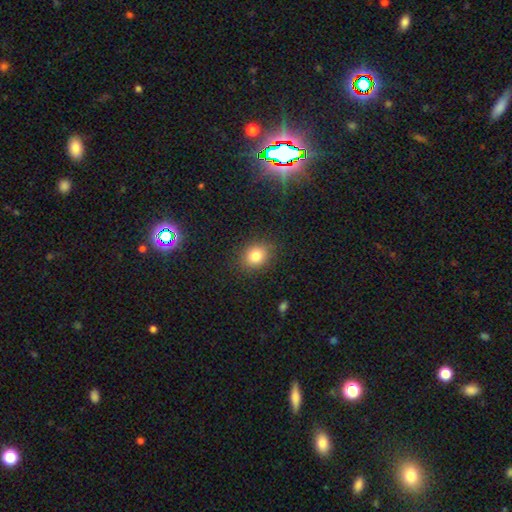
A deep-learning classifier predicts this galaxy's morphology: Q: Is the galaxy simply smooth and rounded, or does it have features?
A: smooth — 82%.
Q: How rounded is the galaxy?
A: round — 56%.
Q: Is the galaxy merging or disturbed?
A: none — 86%.